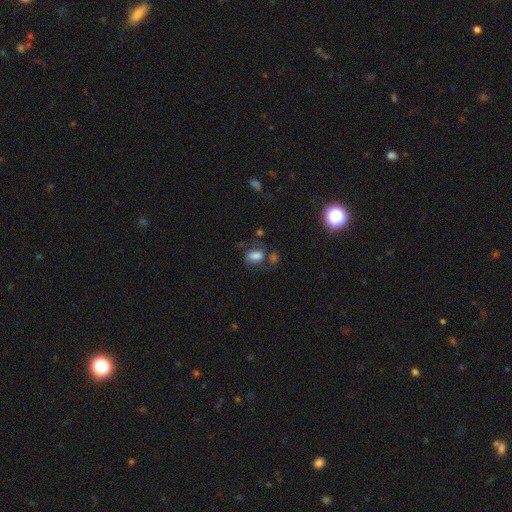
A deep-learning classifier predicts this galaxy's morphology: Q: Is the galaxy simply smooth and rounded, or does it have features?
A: smooth — 66%.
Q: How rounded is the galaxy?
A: in between — 80%.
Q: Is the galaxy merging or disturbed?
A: none — 45%.